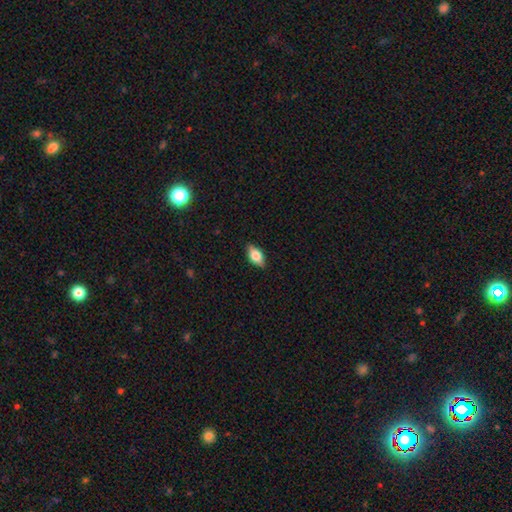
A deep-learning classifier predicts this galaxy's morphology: Smooth or featured: smooth — 67% (featured or disk — 26%)
How rounded: in between — 86% (cigar-shaped — 8%)
Merging: none — 86% (minor disturbance — 11%)